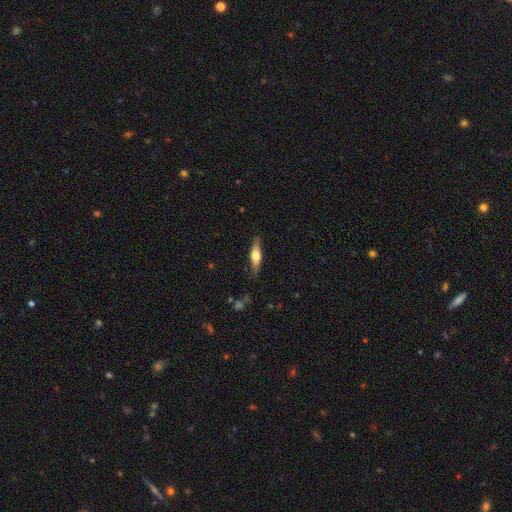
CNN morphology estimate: smooth_or_featured: featured or disk (p=0.52) [alt: smooth p=0.43]
disk_edge_on: yes (p=0.92) [alt: no p=0.08]
merging: none (p=0.85) [alt: minor disturbance p=0.12]